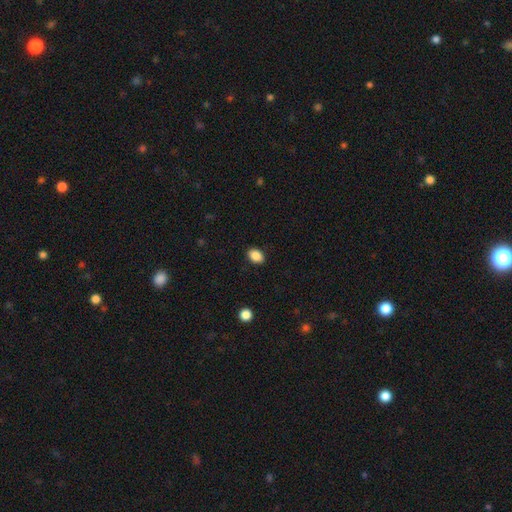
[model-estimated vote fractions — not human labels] smooth-or-featured: smooth: 88% | star or artifact: 8% | featured or disk: 3%
  how-rounded: in between: 76% | round: 23% | cigar-shaped: 1%
  merging: none: 89% | minor disturbance: 8% | major disturbance: 2% | merger: 1%